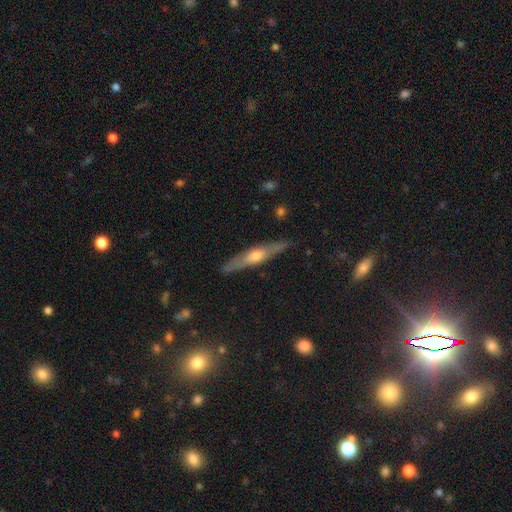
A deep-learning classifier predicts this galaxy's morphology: Q: Smooth or featured?
A: featured or disk (64%); runner-up: smooth (30%)
Q: Edge-on disk?
A: yes (91%); runner-up: no (9%)
Q: Edge-on bulge?
A: rounded (85%); runner-up: none (8%)
Q: Merging?
A: none (86%); runner-up: minor disturbance (11%)